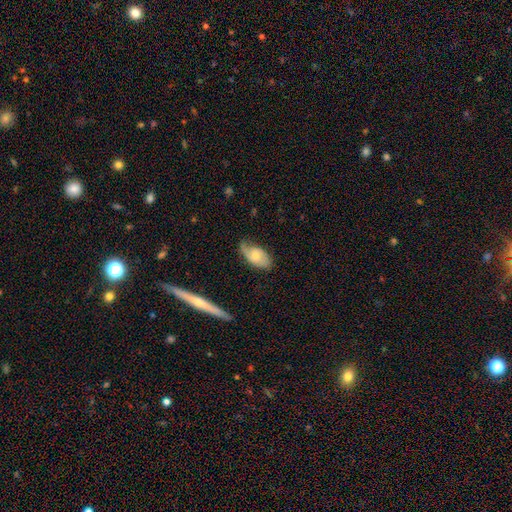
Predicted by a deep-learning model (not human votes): smooth-or-featured: featured or disk: 55% | smooth: 39% | star or artifact: 6%
  disk-edge-on: no: 93% | yes: 7%
    bar: no: 67% | weak: 28% | strong: 5%
    has-spiral-arms: yes: 87% | no: 13%
    bulge-size: small: 48% | moderate: 41% | none: 6% | large: 4% | dominant: 1%
  merging: none: 55% | minor disturbance: 30% | major disturbance: 13% | merger: 2%